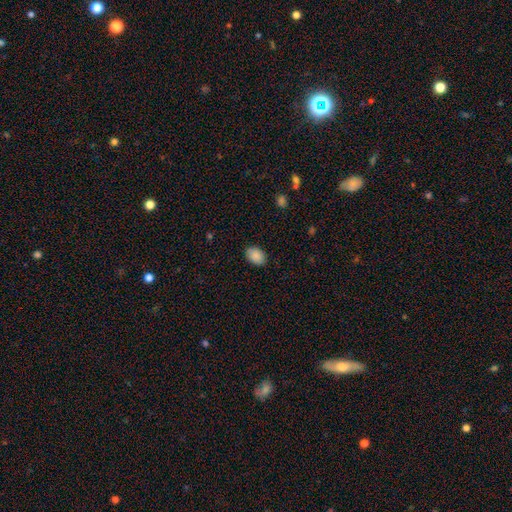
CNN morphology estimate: type=smooth (89%); roundness=in between (81%); merging=none (87%).